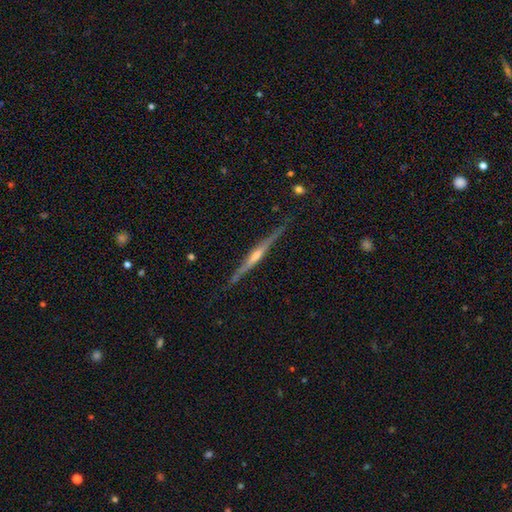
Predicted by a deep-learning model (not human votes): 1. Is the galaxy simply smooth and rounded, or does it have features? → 78% featured or disk, 16% smooth, 6% star or artifact.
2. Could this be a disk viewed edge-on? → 98% yes, 2% no.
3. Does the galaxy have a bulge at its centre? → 69% rounded, 21% none, 10% boxy.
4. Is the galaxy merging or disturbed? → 84% none, 13% minor disturbance, 2% major disturbance, 2% merger.